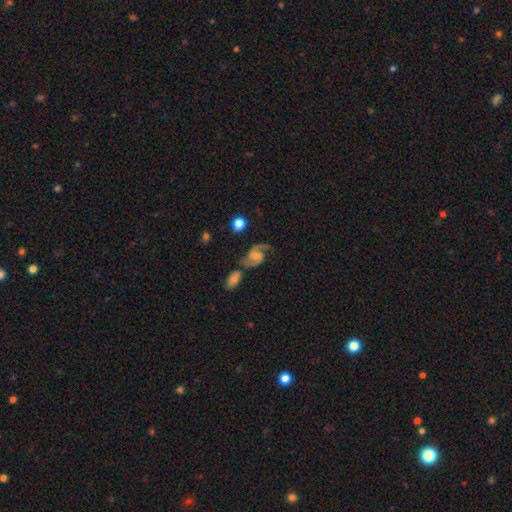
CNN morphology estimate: smooth_or_featured: featured or disk (p=0.85) [alt: smooth p=0.09]
disk_edge_on: no (p=0.98) [alt: yes p=0.02]
bar: no (p=0.50) [alt: weak p=0.40]
has_spiral_arms: yes (p=0.97) [alt: no p=0.03]
spiral_winding: medium (p=0.50) [alt: loose p=0.37]
spiral_arm_count: 2 (p=0.92) [alt: 1 p=0.03]
bulge_size: moderate (p=0.44) [alt: small p=0.40]
merging: none (p=0.61) [alt: minor disturbance p=0.18]